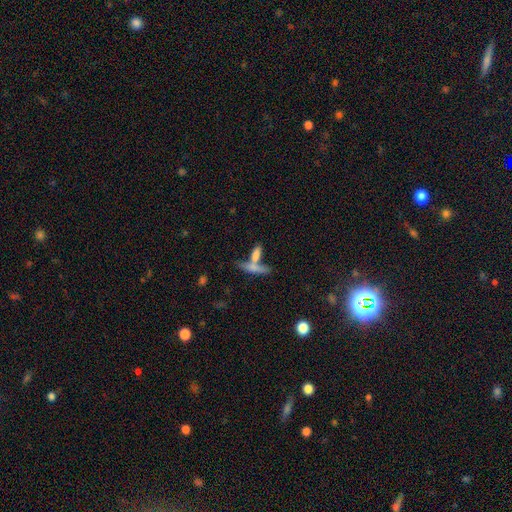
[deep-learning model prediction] This is likely a smooth galaxy (68%). How rounded: possibly cigar-shaped (55%). Merging: possibly merger (49%).